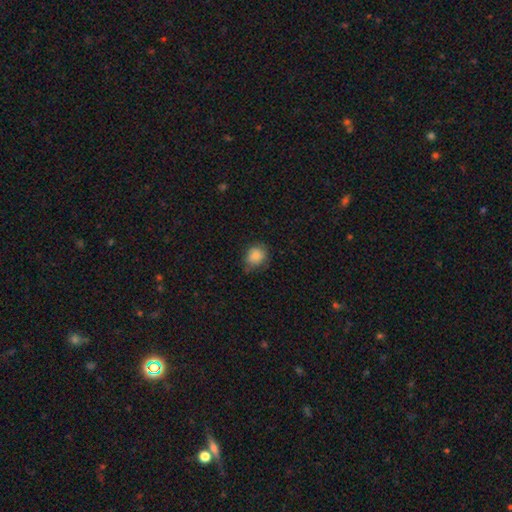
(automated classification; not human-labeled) smooth_or_featured: smooth (p=0.86) [alt: star or artifact p=0.09]
how_rounded: round (p=0.66) [alt: in between p=0.33]
merging: none (p=0.65) [alt: minor disturbance p=0.27]